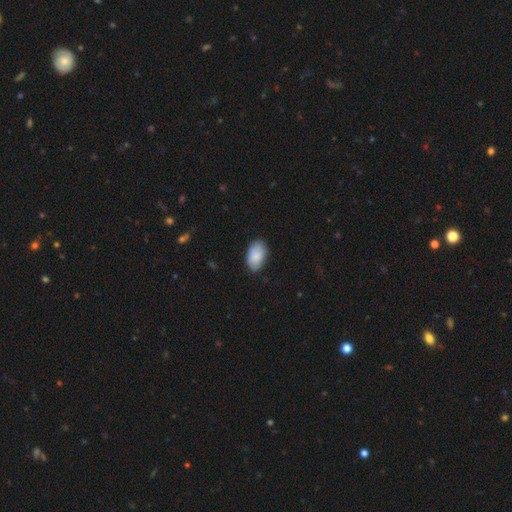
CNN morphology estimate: A smooth galaxy with no disk features (86%) that is in between round and cigar-shaped (92%).

Vote fractions:
- Smooth or featured? smooth: 86% / featured or disk: 8% / star or artifact: 6%
- How rounded? in between: 92% / round: 6% / cigar-shaped: 1%
- Merging? none: 80% / minor disturbance: 16% / major disturbance: 3% / merger: 1%